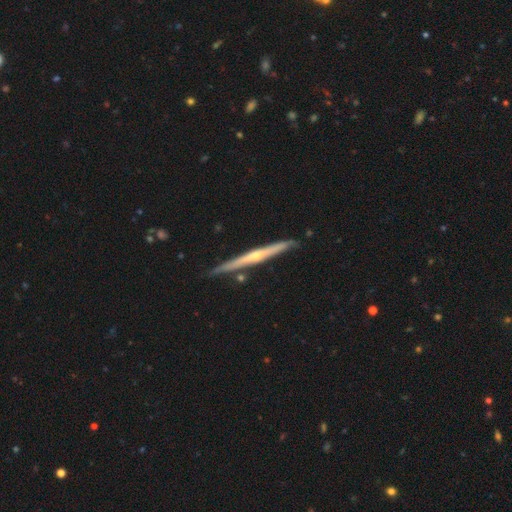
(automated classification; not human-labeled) This appears to be a featured or disk galaxy (76%) viewed edge-on (98%) with a rounded central bulge (65%). Merging: none (87%).